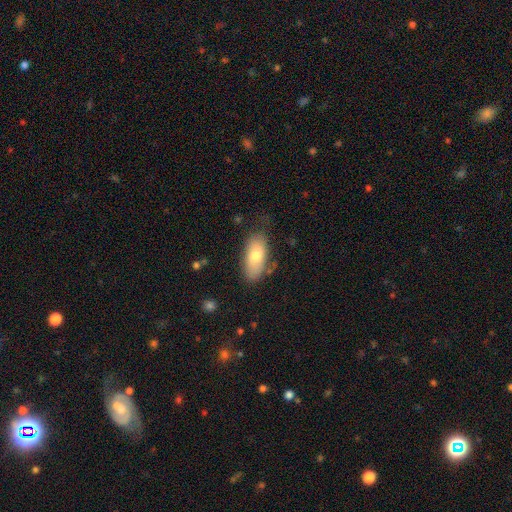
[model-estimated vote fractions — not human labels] A smooth galaxy with no disk features (73%) that is in between round and cigar-shaped (89%).

Vote fractions:
- Smooth or featured? smooth: 73% / featured or disk: 20% / star or artifact: 7%
- How rounded? in between: 89% / cigar-shaped: 8% / round: 3%
- Merging? none: 73% / minor disturbance: 19% / major disturbance: 5% / merger: 3%